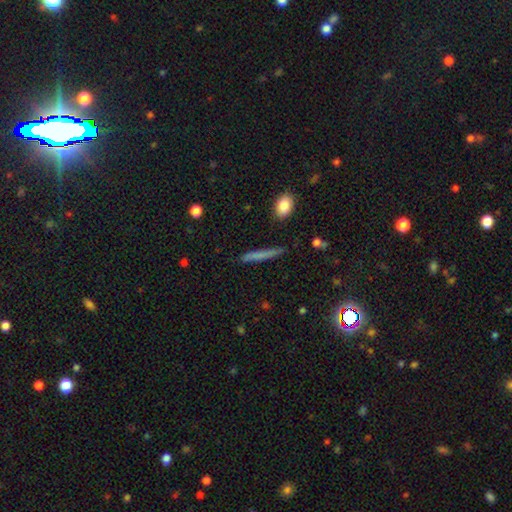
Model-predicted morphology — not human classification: The model was most divided on "smooth or featured": smooth: 61%, featured or disk: 28%, star or artifact: 11%. More confident: how rounded — cigar-shaped (92%); merging — none (84%).